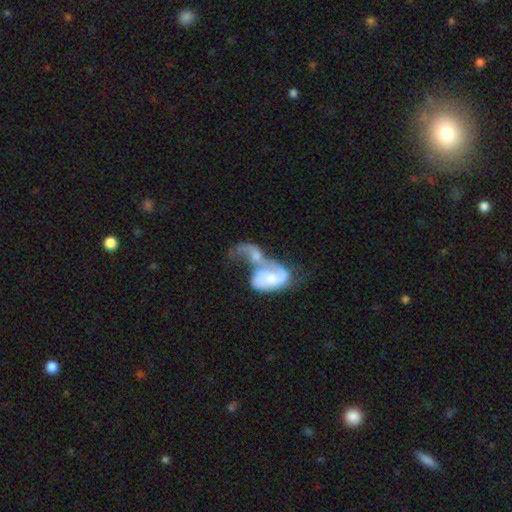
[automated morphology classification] smooth-or-featured: featured or disk: 52% | smooth: 40% | star or artifact: 8%
  disk-edge-on: no: 95% | yes: 5%
  merging: merger: 69% | major disturbance: 19% | none: 7% | minor disturbance: 5%